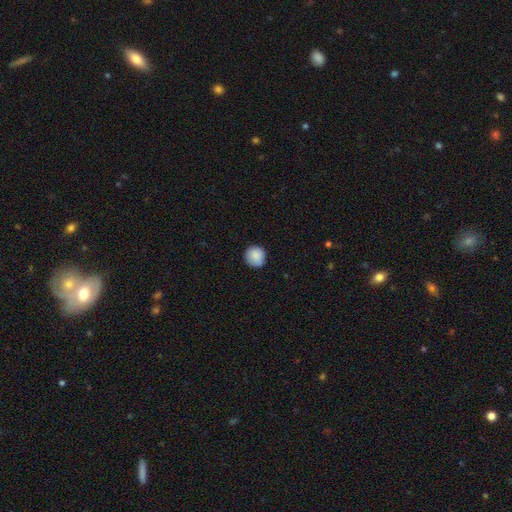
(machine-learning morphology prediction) This is clearly a smooth galaxy (87%). How rounded: clearly round (94%). Merging: clearly none (87%).